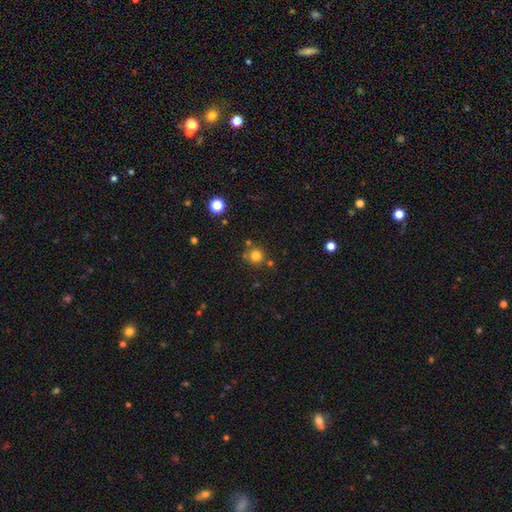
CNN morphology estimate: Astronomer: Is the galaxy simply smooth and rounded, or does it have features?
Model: smooth — 79%.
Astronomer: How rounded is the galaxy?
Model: round — 93%.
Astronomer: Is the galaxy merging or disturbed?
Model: none — 76%.